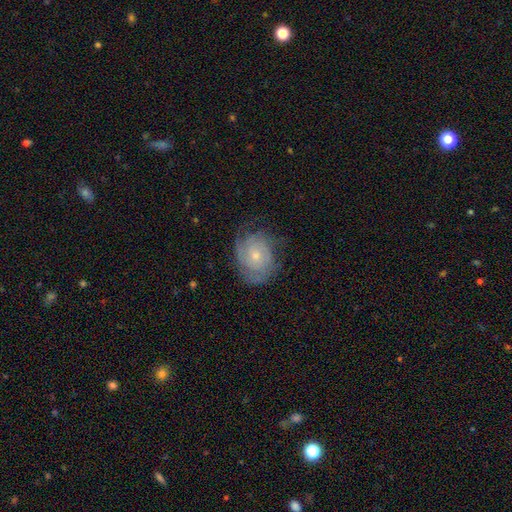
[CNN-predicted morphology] smooth_or_featured: featured or disk (p=0.68) [alt: smooth p=0.25]
disk_edge_on: no (p=0.97) [alt: yes p=0.03]
bar: no (p=0.82) [alt: weak p=0.16]
has_spiral_arms: yes (p=0.86) [alt: no p=0.14]
spiral_winding: tight (p=0.64) [alt: medium p=0.26]
spiral_arm_count: can't tell (p=0.46) [alt: 2 p=0.22]
bulge_size: small (p=0.65) [alt: moderate p=0.31]
merging: none (p=0.62) [alt: minor disturbance p=0.24]